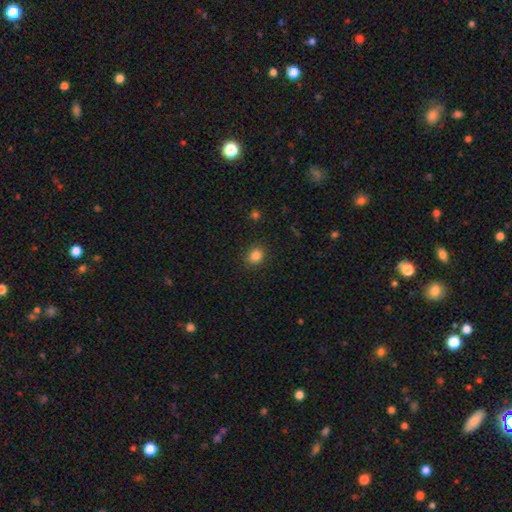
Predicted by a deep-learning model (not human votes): Smooth or featured?
  - smooth: 84% *
  - star or artifact: 11%
  - featured or disk: 4%
How rounded?
  - round: 69% *
  - in between: 30%
  - cigar-shaped: 1%
Merging?
  - none: 88% *
  - minor disturbance: 9%
  - major disturbance: 2%
  - merger: 1%